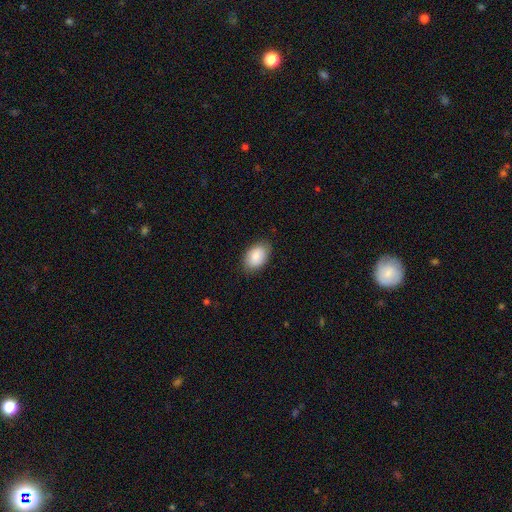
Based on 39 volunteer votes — A smooth galaxy with no disk features (82%) that is in between round and cigar-shaped (100%). Merging: none (71%).